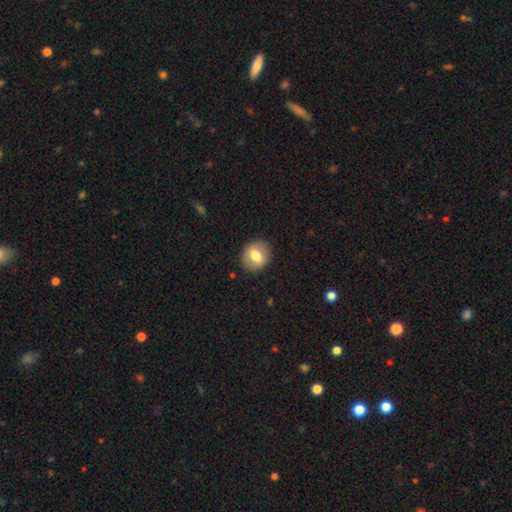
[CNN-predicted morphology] This appears to be a smooth galaxy with no disk features (68%) that is round (65%). Merging: none (87%).